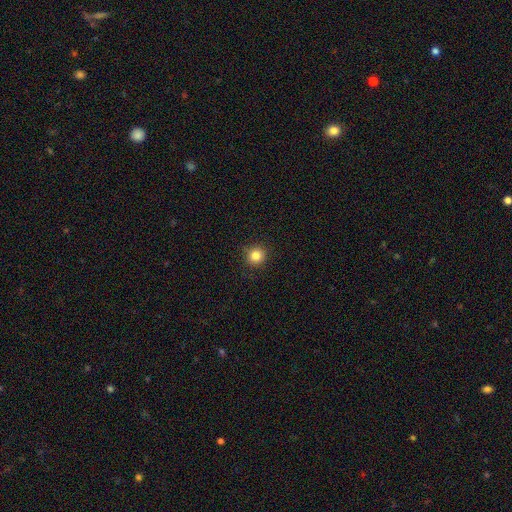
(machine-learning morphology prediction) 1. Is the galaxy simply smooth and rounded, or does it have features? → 84% smooth, 12% star or artifact, 5% featured or disk.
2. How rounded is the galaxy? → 93% round, 6% in between, 1% cigar-shaped.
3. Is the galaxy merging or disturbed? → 90% none, 7% minor disturbance, 2% major disturbance, 1% merger.